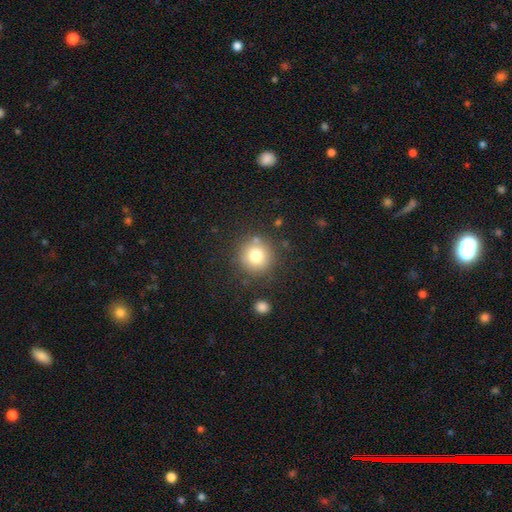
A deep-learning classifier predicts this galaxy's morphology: smooth-or-featured: smooth: 78% | star or artifact: 12% | featured or disk: 11%
  how-rounded: round: 93% | in between: 6% | cigar-shaped: 1%
  merging: none: 82% | minor disturbance: 9% | merger: 5% | major disturbance: 4%